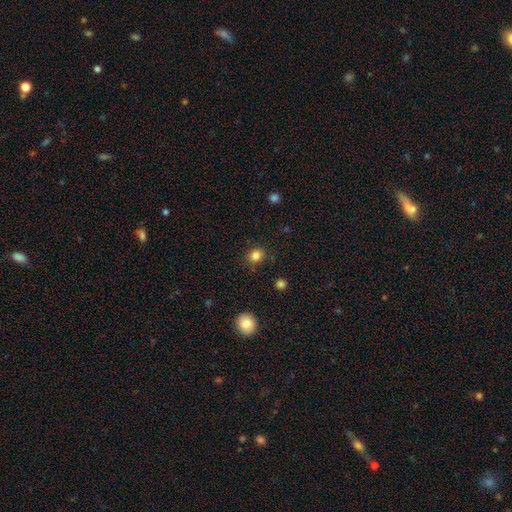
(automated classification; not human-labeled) This is clearly a smooth galaxy (84%). How rounded: likely round (71%). Merging: clearly none (84%).